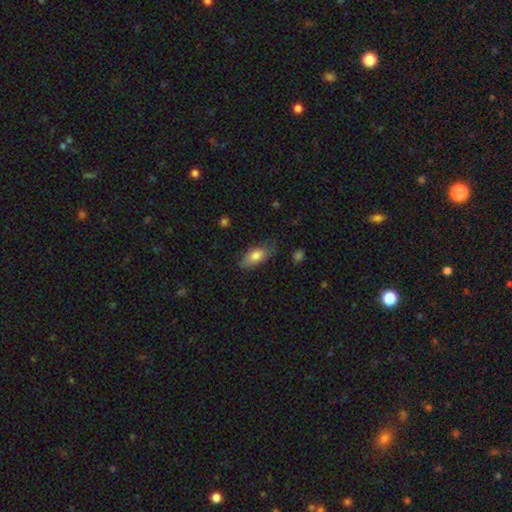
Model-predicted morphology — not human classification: smooth_or_featured: smooth (p=0.78) [alt: featured or disk p=0.15]
how_rounded: in between (p=0.83) [alt: cigar-shaped p=0.14]
merging: none (p=0.71) [alt: minor disturbance p=0.22]